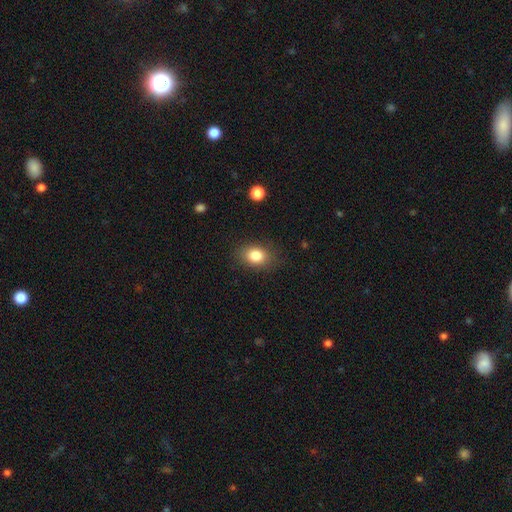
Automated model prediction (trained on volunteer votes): This is clearly a smooth galaxy (84%). How rounded: likely in between (70%). Merging: clearly none (83%).